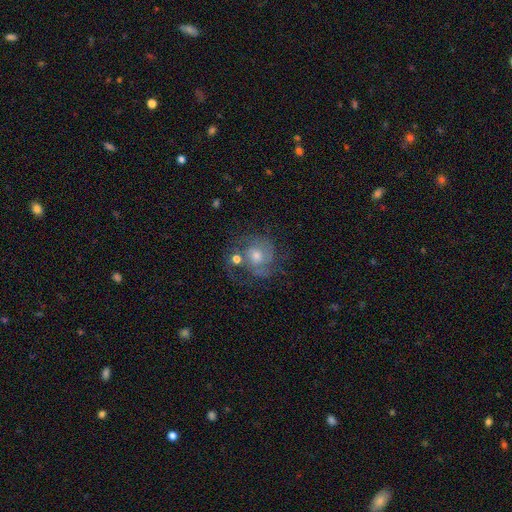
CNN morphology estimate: Smooth or featured? Predicted: featured or disk (p=0.74). Edge-on disk? Predicted: no (p=0.98). Bar? Predicted: no (p=0.72). Spiral arms? Predicted: yes (p=0.93). Spiral winding? Predicted: tight (p=0.50). Spiral arm count? Predicted: 2 (p=0.40). Bulge size? Predicted: moderate (p=0.64). Merging? Predicted: none (p=0.66).